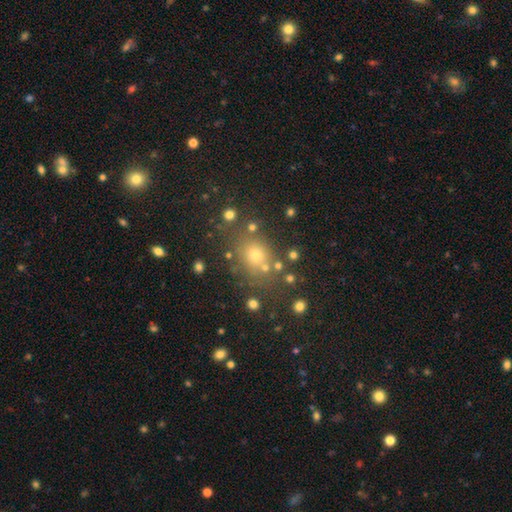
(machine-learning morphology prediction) Smooth or featured?
  - smooth: 65% *
  - star or artifact: 24%
  - featured or disk: 11%
How rounded?
  - round: 65% *
  - in between: 33%
  - cigar-shaped: 1%
Merging?
  - none: 74% *
  - minor disturbance: 12%
  - merger: 8%
  - major disturbance: 5%